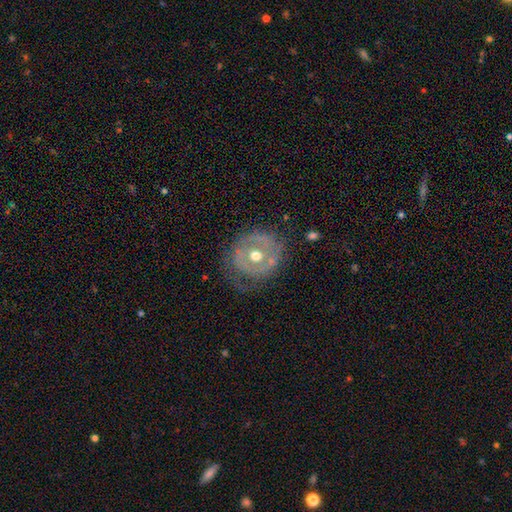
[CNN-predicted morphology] Overall: featured or disk (66%; smooth 28%). Edge-on disk: no (96%). Bar: no (79%). Spiral arms: no (62%; yes 38%). Bulge size: moderate (80%). Merging: none (59%; minor disturbance 24%).